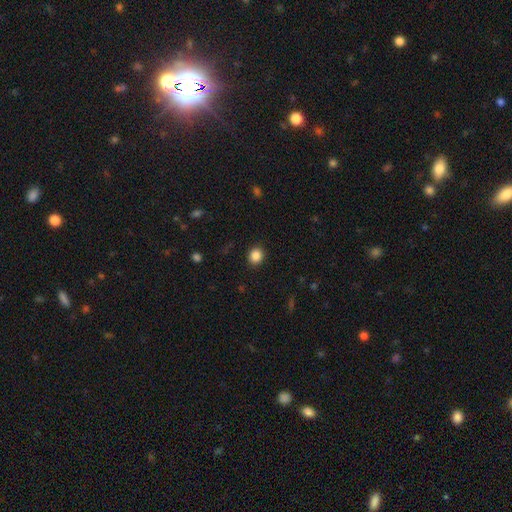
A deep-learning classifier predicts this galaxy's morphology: This is clearly a smooth galaxy (86%). How rounded: likely round (74%). Merging: clearly none (90%).